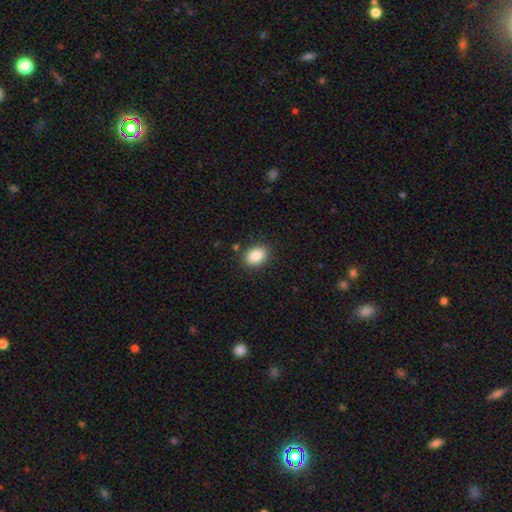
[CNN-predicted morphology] Smooth or featured? smooth (87%)
How rounded? in between (72%)
Merging? none (86%)